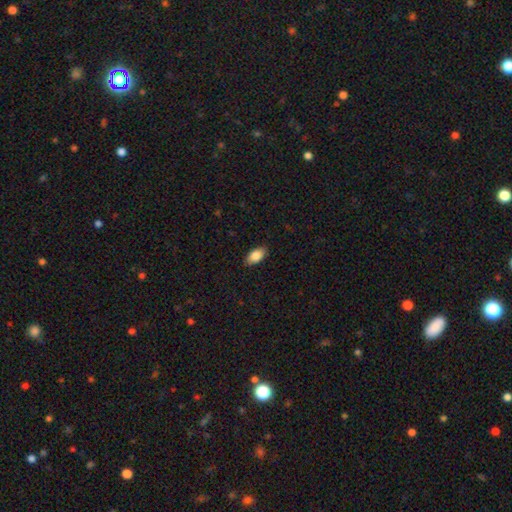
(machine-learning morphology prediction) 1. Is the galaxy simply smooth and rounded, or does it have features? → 85% smooth, 9% featured or disk, 7% star or artifact.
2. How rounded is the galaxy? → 92% in between, 5% cigar-shaped, 3% round.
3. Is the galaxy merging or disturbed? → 87% none, 10% minor disturbance, 2% major disturbance, 1% merger.